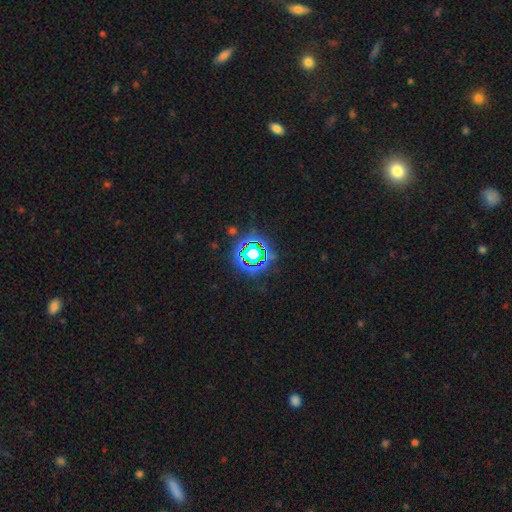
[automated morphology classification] Smooth or featured?
  - star or artifact: 73% *
  - smooth: 16%
  - featured or disk: 11%